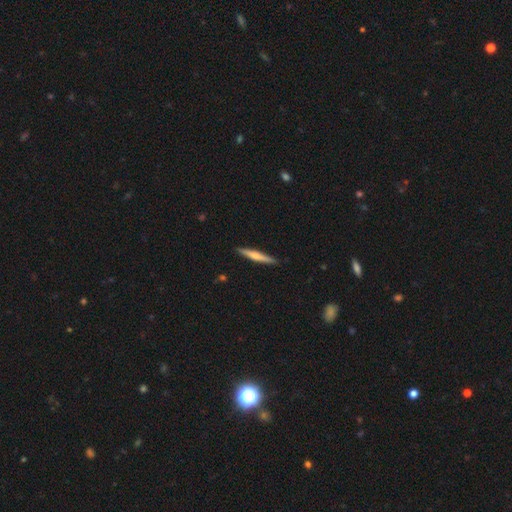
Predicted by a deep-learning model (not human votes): Overall: smooth (52%; featured or disk 43%). How rounded: cigar-shaped (95%). Merging: none (90%).